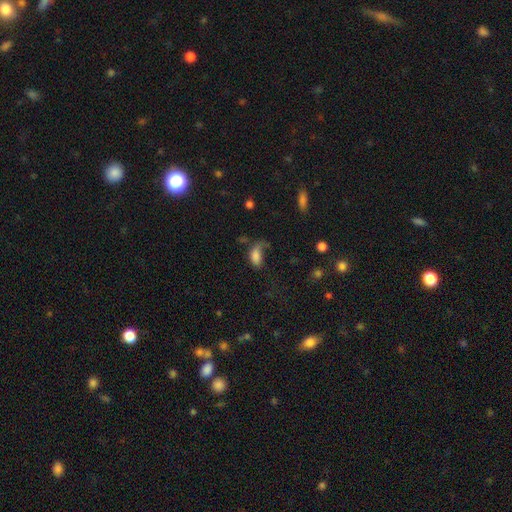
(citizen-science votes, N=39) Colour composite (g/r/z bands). It shows a smooth galaxy with no disk features (74%) that is in between round and cigar-shaped (83%). Merging: major disturbance (49%).